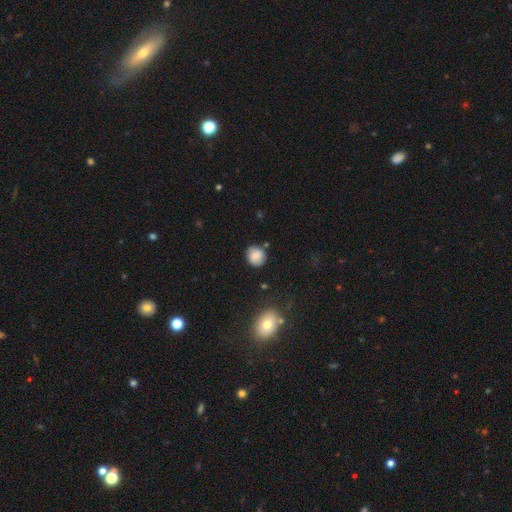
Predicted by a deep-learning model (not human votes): A smooth galaxy with no disk features (80%) that is round (80%). Merging: none (78%).